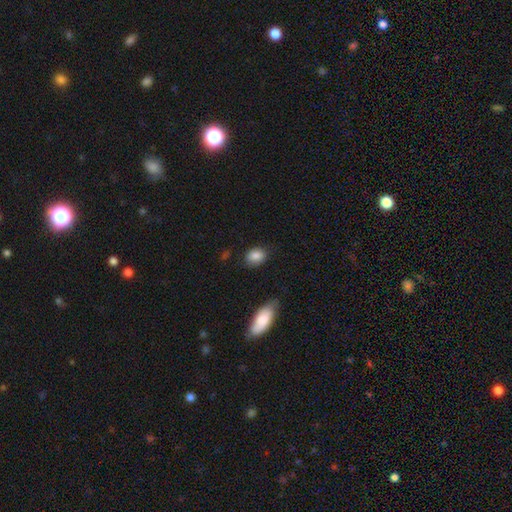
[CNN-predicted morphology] A smooth galaxy with no disk features (86%) that is in between round and cigar-shaped (67%).

Vote fractions:
- Smooth or featured? smooth: 86% / star or artifact: 8% / featured or disk: 6%
- How rounded? in between: 67% / round: 31% / cigar-shaped: 2%
- Merging? none: 76% / minor disturbance: 17% / major disturbance: 4% / merger: 2%